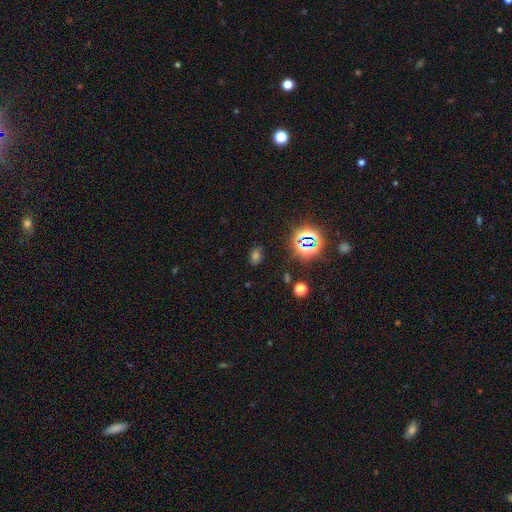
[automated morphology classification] smooth 47%, star or artifact 44%, featured or disk 8%. Down the decision tree: merging — none (83%).